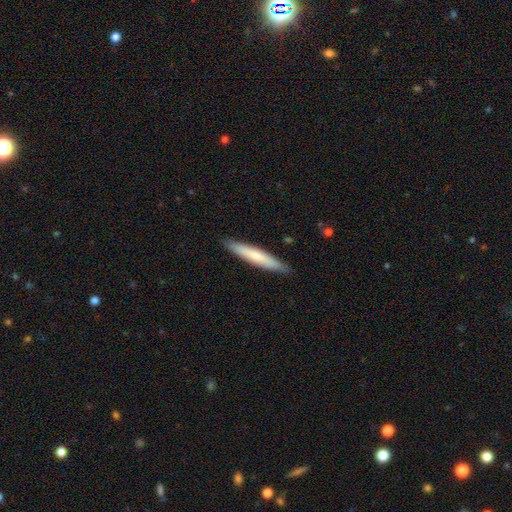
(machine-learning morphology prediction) type=smooth (66%); roundness=cigar-shaped (94%); merging=none (90%).